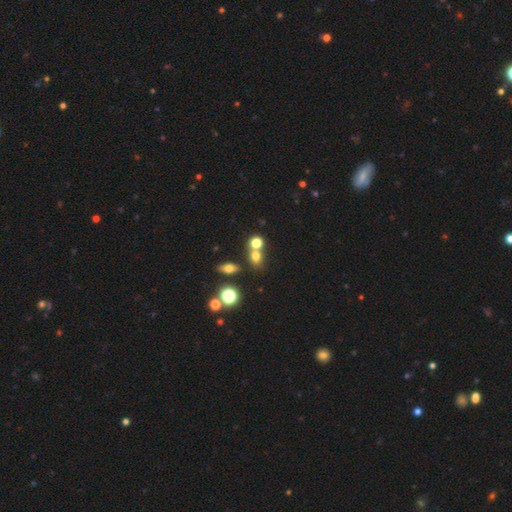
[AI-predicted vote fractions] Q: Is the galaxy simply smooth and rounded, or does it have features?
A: smooth — 68%.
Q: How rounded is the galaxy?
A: round — 57%.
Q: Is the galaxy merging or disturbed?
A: none — 51%.